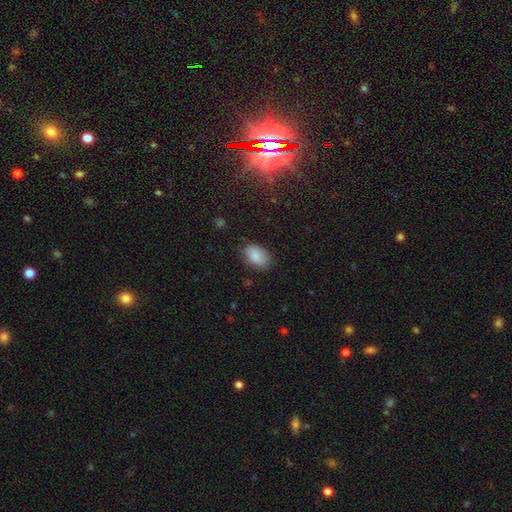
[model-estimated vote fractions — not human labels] Q: Smooth or featured?
A: smooth (86%); runner-up: star or artifact (7%)
Q: How rounded?
A: in between (88%); runner-up: round (10%)
Q: Merging?
A: none (78%); runner-up: minor disturbance (18%)